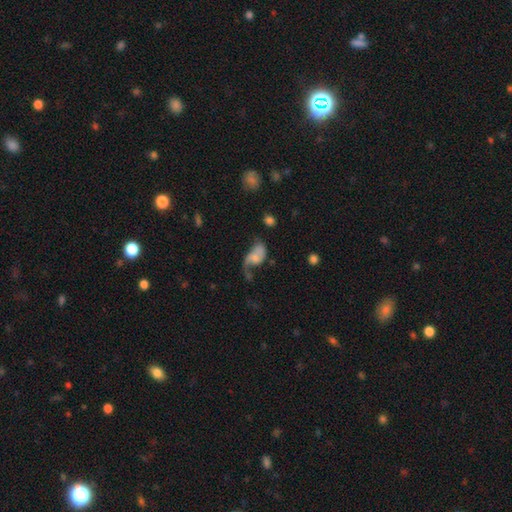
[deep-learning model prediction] This is possibly a featured or disk galaxy (50%). It is clearly not viewed edge-on (96%). Merging: marginally major disturbance (45%).